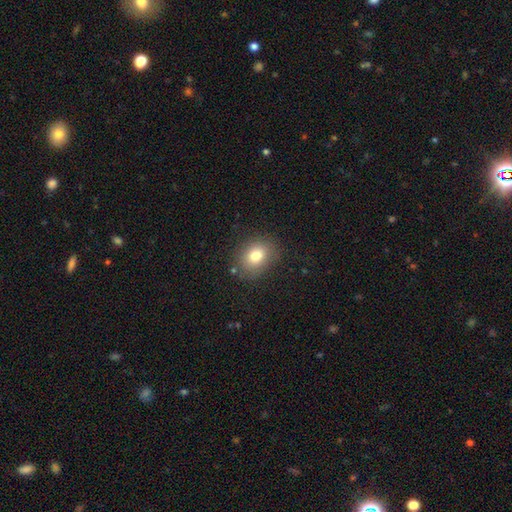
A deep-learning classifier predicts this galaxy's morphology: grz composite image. It shows a smooth galaxy with no disk features (79%) that is in between round and cigar-shaped (56%). Merging: none (81%).